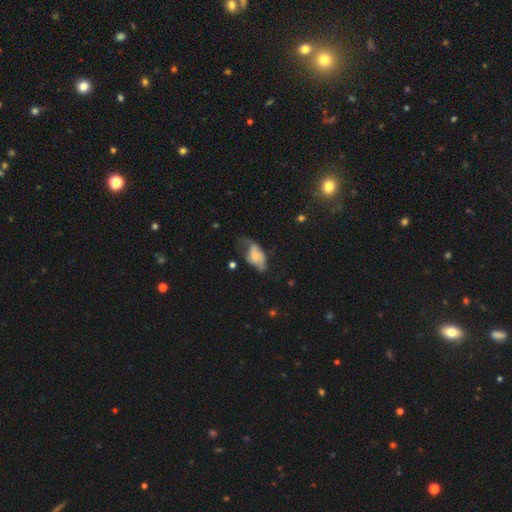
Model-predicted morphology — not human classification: A smooth galaxy with no disk features (55%) that is in between round and cigar-shaped (90%).

Vote fractions:
- Smooth or featured? smooth: 55% / featured or disk: 36% / star or artifact: 8%
- How rounded? in between: 90% / round: 5% / cigar-shaped: 5%
- Merging? minor disturbance: 35% / major disturbance: 34% / none: 28% / merger: 4%